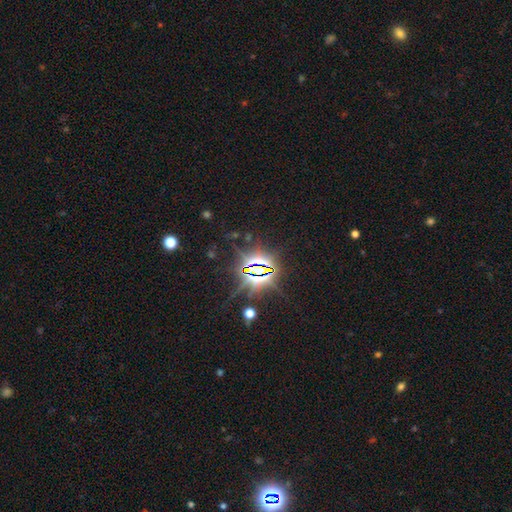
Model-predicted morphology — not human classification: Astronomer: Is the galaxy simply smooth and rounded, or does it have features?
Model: star or artifact — 85%.